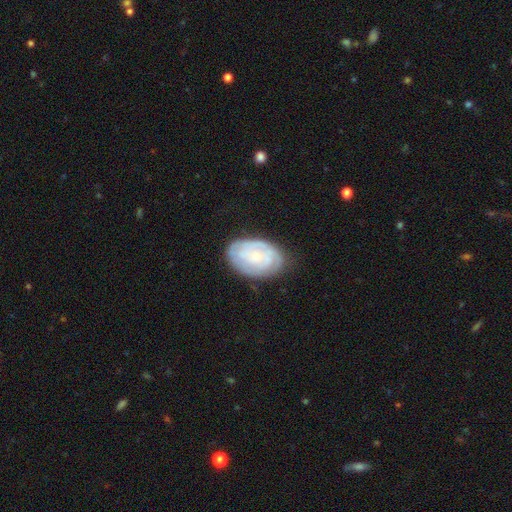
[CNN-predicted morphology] The model was most divided on "smooth or featured": featured or disk: 64%, smooth: 30%, star or artifact: 6%. More confident: edge-on disk — no (96%); bar — no (81%); spiral arms — yes (75%); bulge size — small (73%); merging — none (73%).